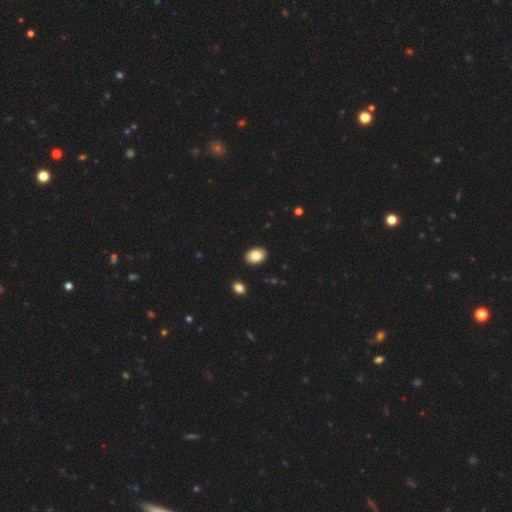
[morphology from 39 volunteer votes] smooth_or_featured: smooth (p=0.92) [alt: star or artifact p=0.05]
how_rounded: in between (p=0.78) [alt: round p=0.22]
merging: none (p=0.95) [alt: minor disturbance p=0.03]